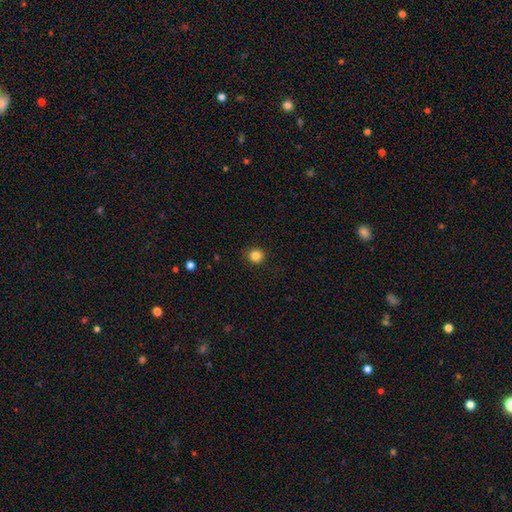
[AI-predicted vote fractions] Smooth or featured?
  - smooth: 84% *
  - star or artifact: 11%
  - featured or disk: 5%
How rounded?
  - round: 90% *
  - in between: 9%
  - cigar-shaped: 1%
Merging?
  - none: 89% *
  - minor disturbance: 8%
  - major disturbance: 2%
  - merger: 1%